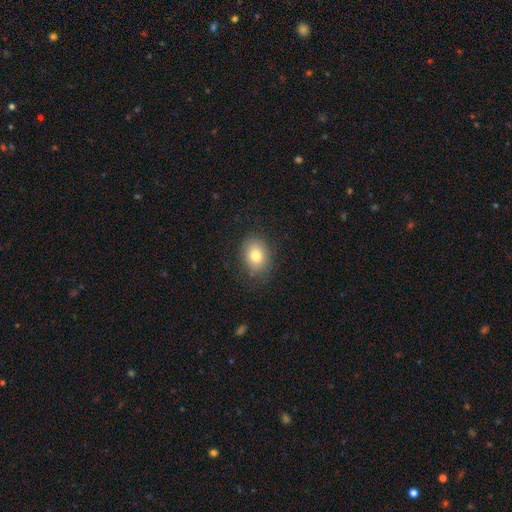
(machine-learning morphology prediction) Smooth or featured?
  - smooth: 79% *
  - featured or disk: 11%
  - star or artifact: 10%
How rounded?
  - in between: 56% *
  - round: 43%
  - cigar-shaped: 1%
Merging?
  - none: 82% *
  - minor disturbance: 13%
  - major disturbance: 4%
  - merger: 1%